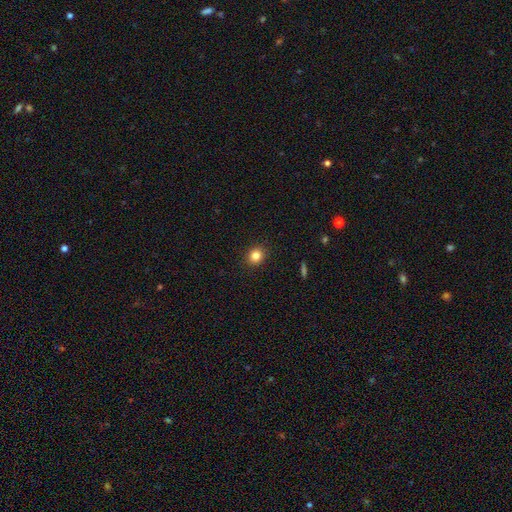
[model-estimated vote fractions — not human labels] Smooth or featured? smooth (83%)
How rounded? round (77%)
Merging? none (91%)